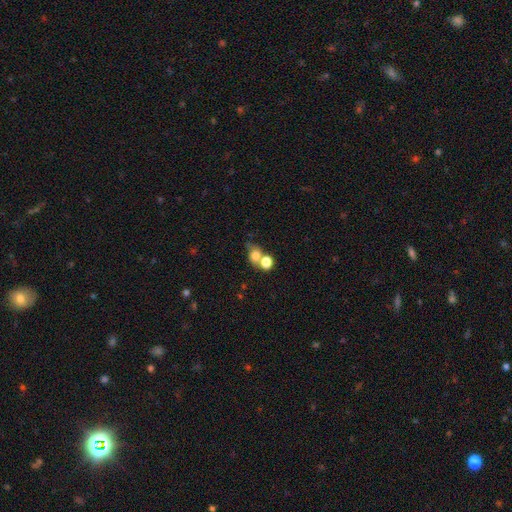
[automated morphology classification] Smooth or featured: smooth — 73% (star or artifact — 14%)
How rounded: round — 64% (in between — 34%)
Merging: merger — 44% (none — 39%)